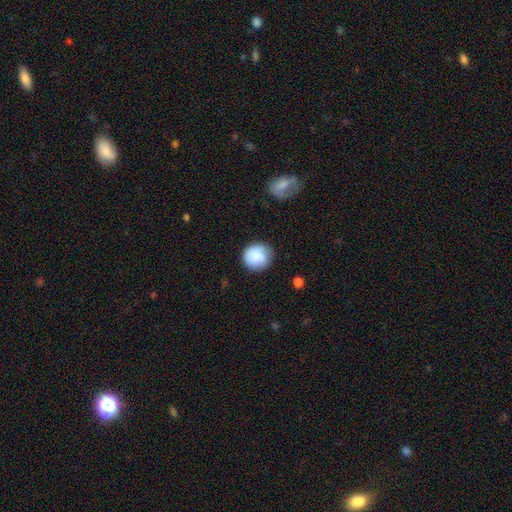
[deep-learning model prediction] The model was most divided on "merging": none: 81%, minor disturbance: 14%, major disturbance: 3%, merger: 1%. More confident: how rounded — round (90%); smooth or featured — smooth (86%).